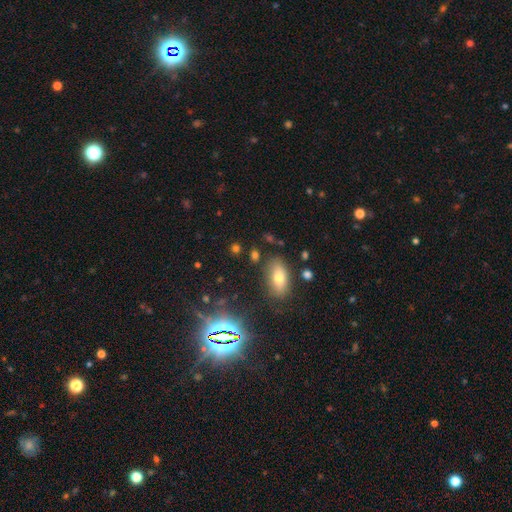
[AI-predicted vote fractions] Morphology: type=star or artifact (42%, tied with smooth).